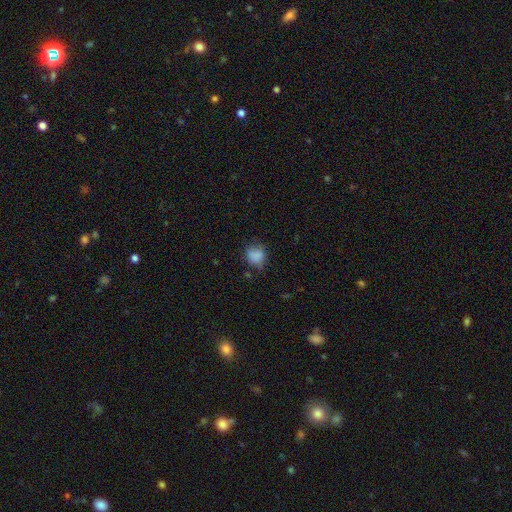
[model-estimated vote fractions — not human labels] Smooth or featured? smooth (82%)
How rounded? round (71%)
Merging? none (61%)